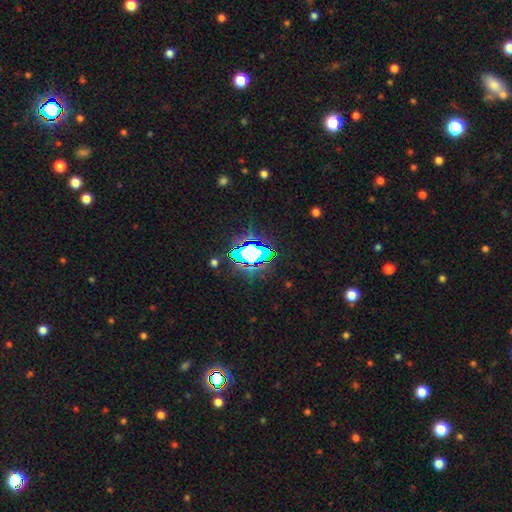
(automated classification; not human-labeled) Smooth or featured?
  - star or artifact: 60% *
  - smooth: 23%
  - featured or disk: 17%